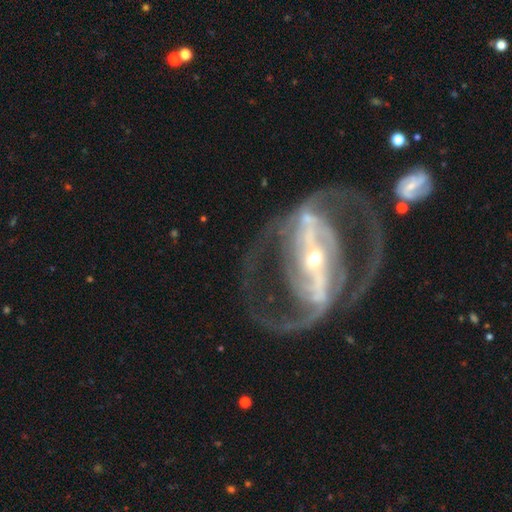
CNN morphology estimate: type=featured or disk (91%); edge-on=no (93%); bar=strong (82%); spiral arms=yes (90%); winding=medium (50%); arm count=2 (87%); bulge=small (69%); merging=none (60%).